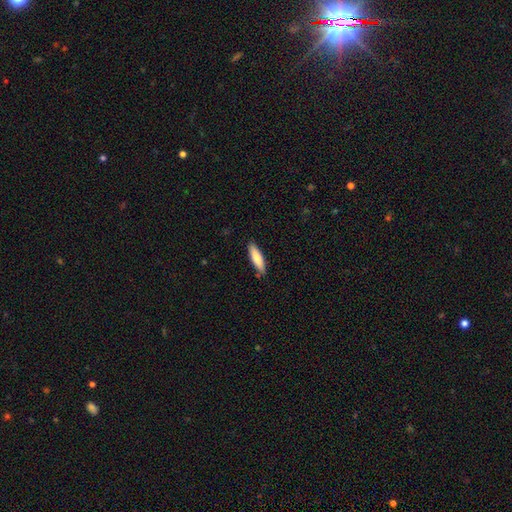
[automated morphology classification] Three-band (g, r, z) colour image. It shows a smooth galaxy with no disk features (79%) that is cigar-shaped (67%). Merging: none (86%).